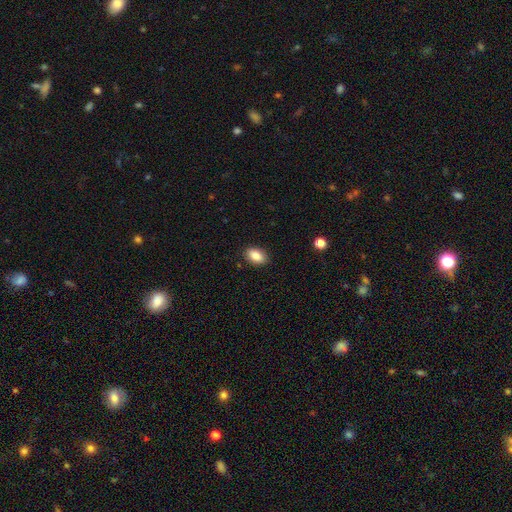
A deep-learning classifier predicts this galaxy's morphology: Smooth or featured?
  - smooth: 86% *
  - star or artifact: 8%
  - featured or disk: 6%
How rounded?
  - in between: 86% *
  - round: 12%
  - cigar-shaped: 1%
Merging?
  - none: 88% *
  - minor disturbance: 9%
  - major disturbance: 2%
  - merger: 1%